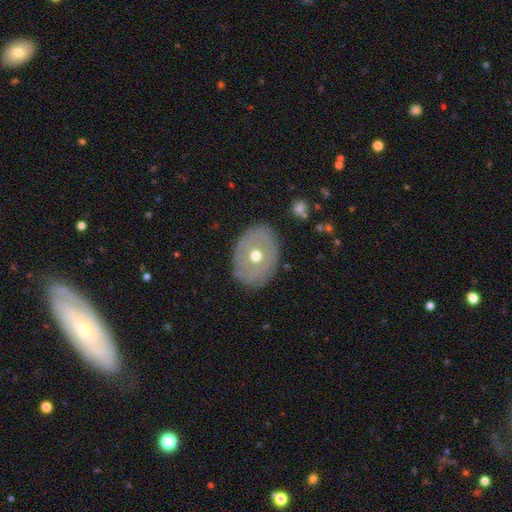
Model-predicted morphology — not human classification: type=featured or disk (51%); edge-on=no (92%); merging=none (83%).